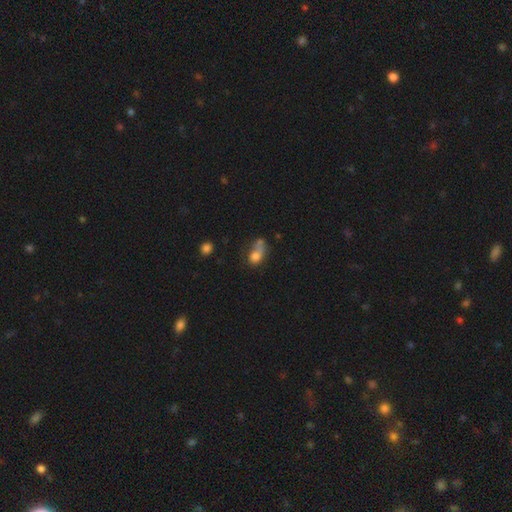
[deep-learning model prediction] smooth-or-featured: smooth: 68% | featured or disk: 19% | star or artifact: 12%
  how-rounded: in between: 64% | round: 30% | cigar-shaped: 5%
  merging: major disturbance: 29% | none: 27% | merger: 26% | minor disturbance: 18%